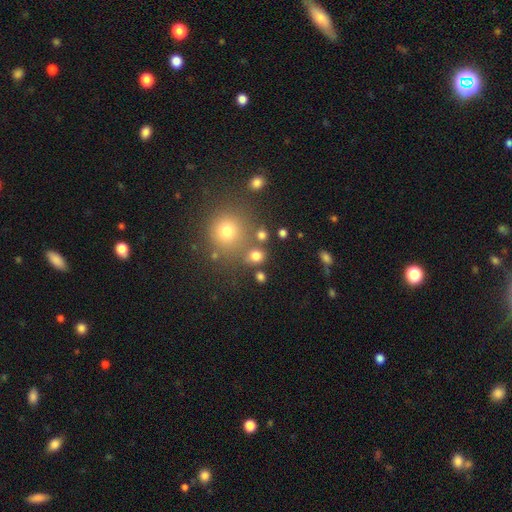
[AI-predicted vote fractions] This appears to be a smooth galaxy with no disk features (76%) that is round (75%). Merging: none (71%).